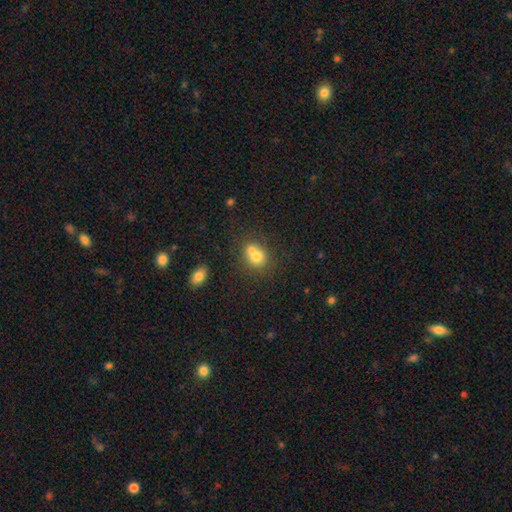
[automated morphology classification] Smooth or featured: smooth — 72% (featured or disk — 16%)
How rounded: round — 66% (in between — 33%)
Merging: merger — 55% (none — 33%)